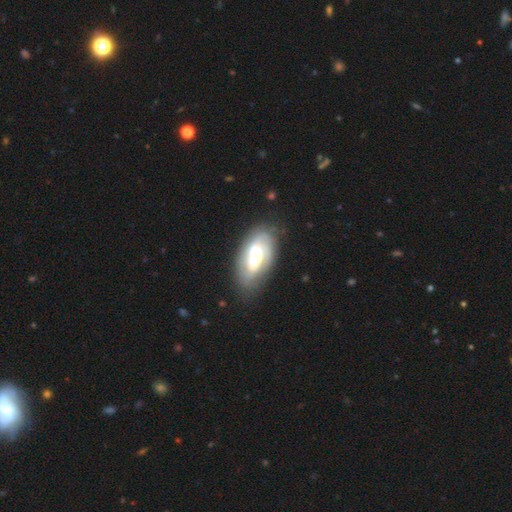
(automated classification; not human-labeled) Smooth or featured? featured or disk (68%)
Edge-on disk? no (92%)
Bar? no (50%)
Spiral arms? yes (79%)
Bulge size? moderate (54%)
Merging? none (72%)